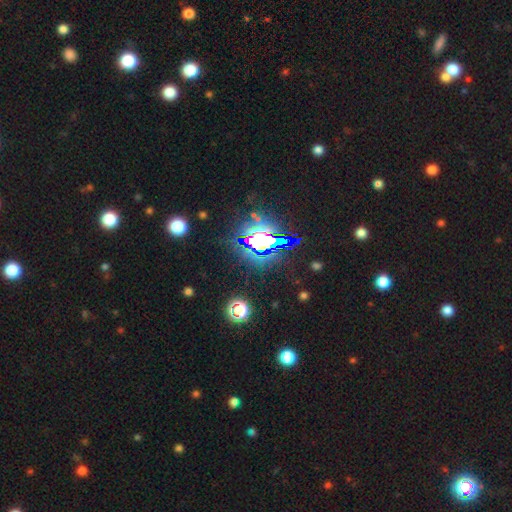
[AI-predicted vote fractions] Smooth or featured? Predicted: star or artifact (p=0.85).